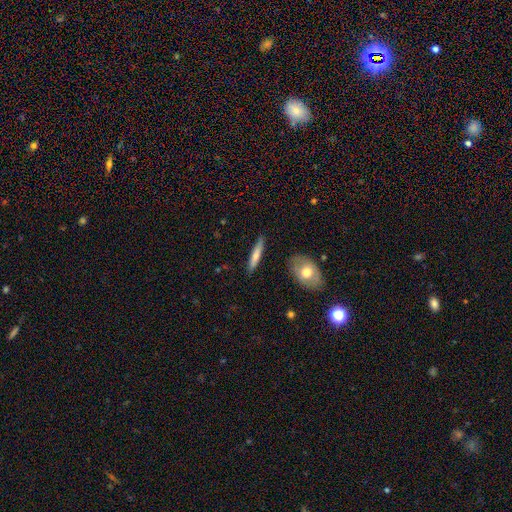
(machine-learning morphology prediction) Q: Smooth or featured?
A: smooth (63%); runner-up: featured or disk (32%)
Q: How rounded?
A: cigar-shaped (86%); runner-up: in between (12%)
Q: Merging?
A: none (87%); runner-up: minor disturbance (9%)